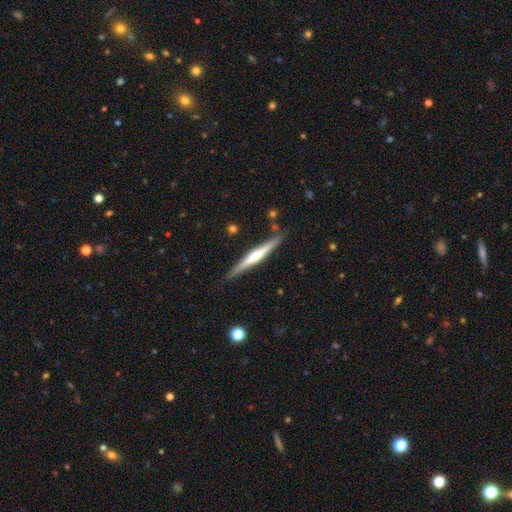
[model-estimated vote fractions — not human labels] Overall: featured or disk (60%; smooth 35%). Edge-on disk: yes (97%). Edge-on bulge: rounded (47%; none 35%). Merging: none (84%).